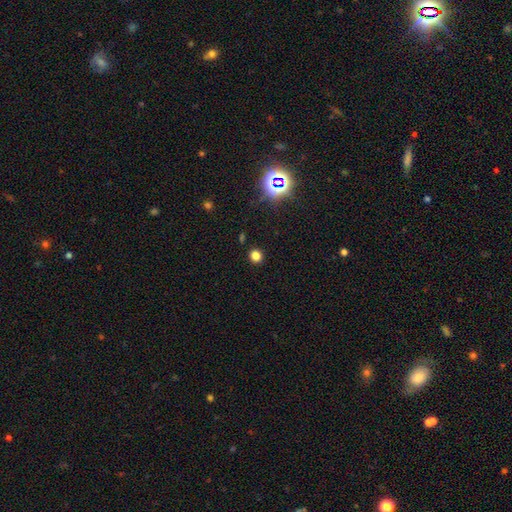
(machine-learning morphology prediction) A smooth galaxy with no disk features (78%) that is round (83%). Merging: none (90%).